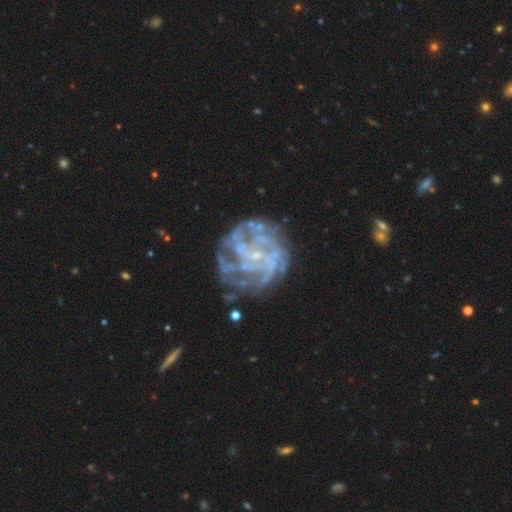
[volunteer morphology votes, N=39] Smooth or featured?
  - featured or disk: 95% *
  - smooth: 5%
  - star or artifact: 0%
Edge-on disk?
  - no: 100% *
  - yes: 0%
Bar?
  - no: 68% *
  - weak: 19%
  - strong: 14%
Spiral arms?
  - yes: 95% *
  - no: 5%
Spiral winding?
  - tight: 71% *
  - medium: 26%
  - loose: 3%
Spiral arm count?
  - 4: 37% *
  - more than 4: 26%
  - can't tell: 26%
  - 3: 9%
  - 2: 3%
  - 1: 0%
Bulge size?
  - small: 84% *
  - moderate: 8%
  - none: 8%
  - dominant: 0%
  - large: 0%
Merging?
  - none: 62% *
  - minor disturbance: 26%
  - merger: 8%
  - major disturbance: 5%